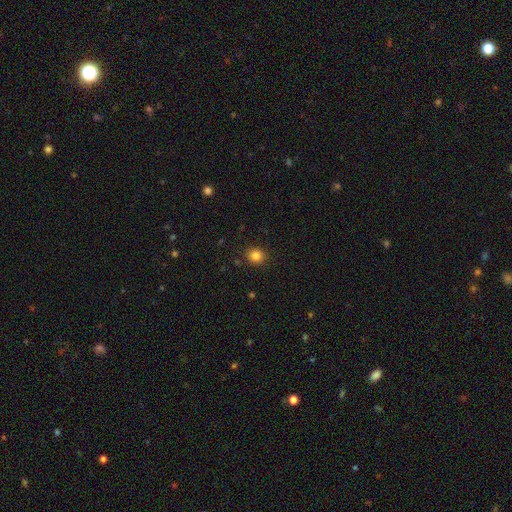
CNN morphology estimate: Smooth or featured?
  - smooth: 84% *
  - star or artifact: 12%
  - featured or disk: 5%
How rounded?
  - round: 84% *
  - in between: 15%
  - cigar-shaped: 1%
Merging?
  - none: 89% *
  - minor disturbance: 7%
  - major disturbance: 2%
  - merger: 1%